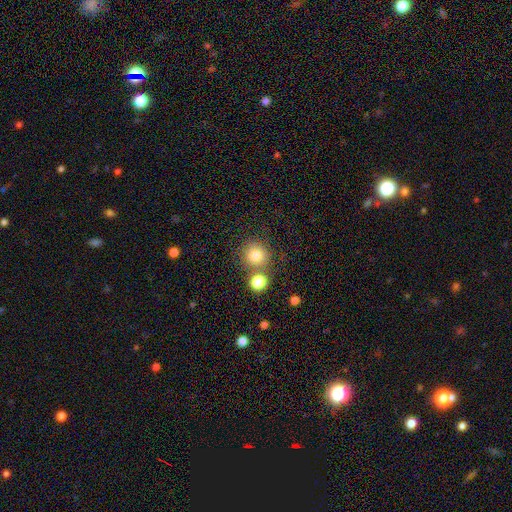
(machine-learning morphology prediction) type=smooth (79%); roundness=round (90%); merging=none (64%).